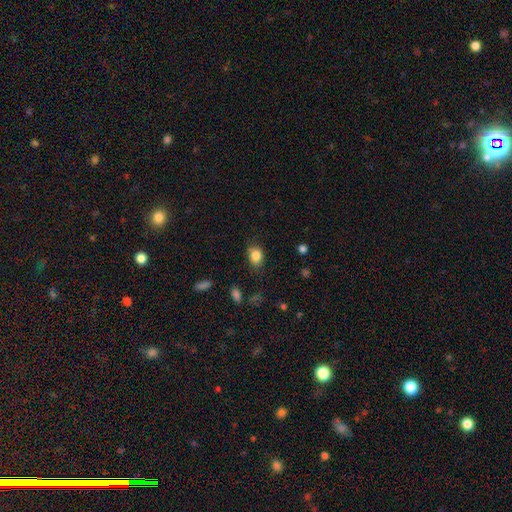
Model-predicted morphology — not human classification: Smooth or featured? Predicted: smooth (p=0.84). How rounded? Predicted: in between (p=0.60). Merging? Predicted: none (p=0.76).